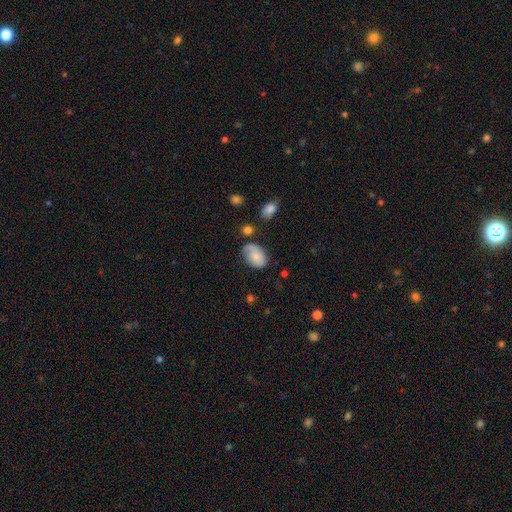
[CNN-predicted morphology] Overall: smooth (66%). How rounded: in between (83%). Merging: none (54%; minor disturbance 30%).